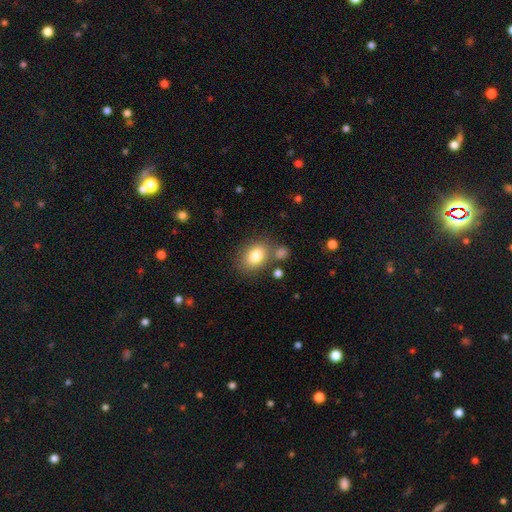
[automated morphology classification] This appears to be a smooth galaxy with no disk features (81%) that is in between round and cigar-shaped (73%). Merging: none (72%).